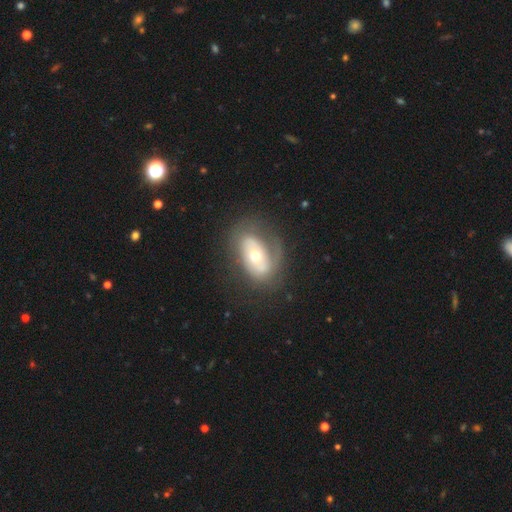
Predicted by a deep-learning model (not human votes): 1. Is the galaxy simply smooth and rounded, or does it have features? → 62% featured or disk, 32% smooth, 7% star or artifact.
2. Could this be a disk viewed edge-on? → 93% no, 7% yes.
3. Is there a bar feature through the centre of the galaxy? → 73% no, 17% weak, 10% strong.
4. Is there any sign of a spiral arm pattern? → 52% yes, 48% no.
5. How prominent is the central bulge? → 69% moderate, 21% small, 8% large, 1% dominant, 1% none.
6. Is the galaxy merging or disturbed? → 58% none, 23% minor disturbance, 17% major disturbance, 2% merger.